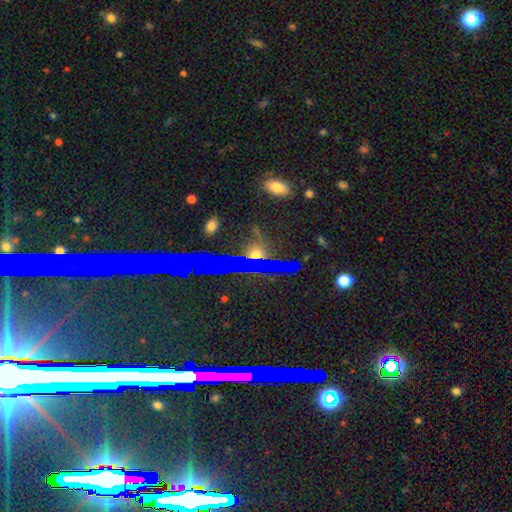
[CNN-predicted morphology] Smooth or featured?
  - star or artifact: 59% *
  - smooth: 23%
  - featured or disk: 18%